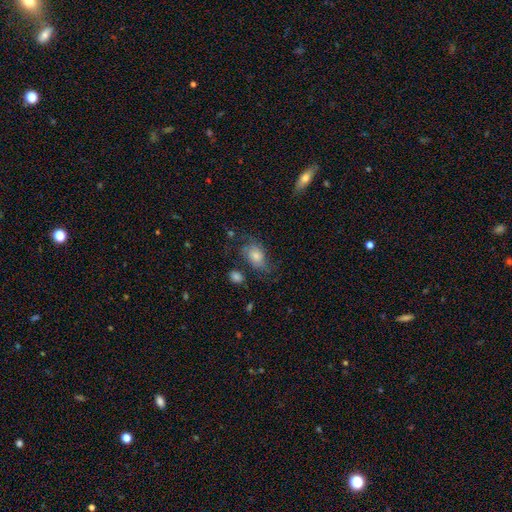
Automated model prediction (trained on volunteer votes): Overall: featured or disk (47%; smooth 40%). Merging: none (56%; minor disturbance 23%).